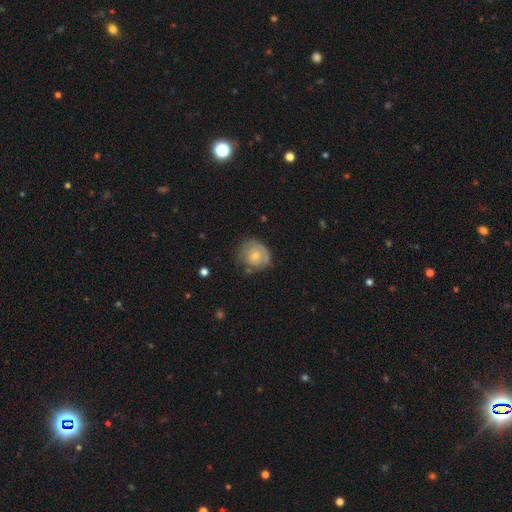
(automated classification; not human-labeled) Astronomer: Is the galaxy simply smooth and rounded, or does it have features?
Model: smooth — 54% (runner-up: featured or disk, 39%).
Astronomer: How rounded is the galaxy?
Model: round — 79%.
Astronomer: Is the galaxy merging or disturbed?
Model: none — 58%.